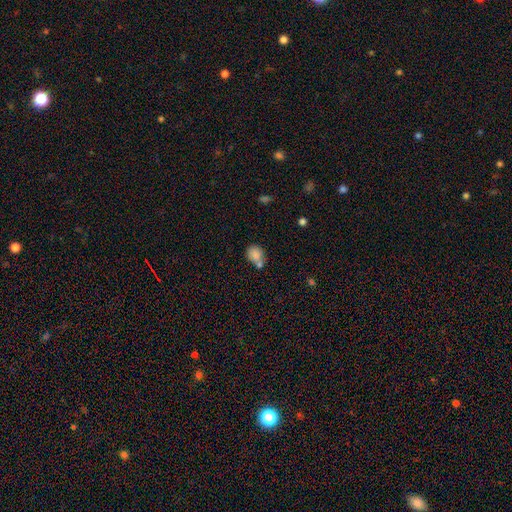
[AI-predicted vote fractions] smooth_or_featured: smooth (p=0.83) [alt: star or artifact p=0.09]
how_rounded: round (p=0.65) [alt: in between p=0.34]
merging: none (p=0.50) [alt: merger p=0.30]